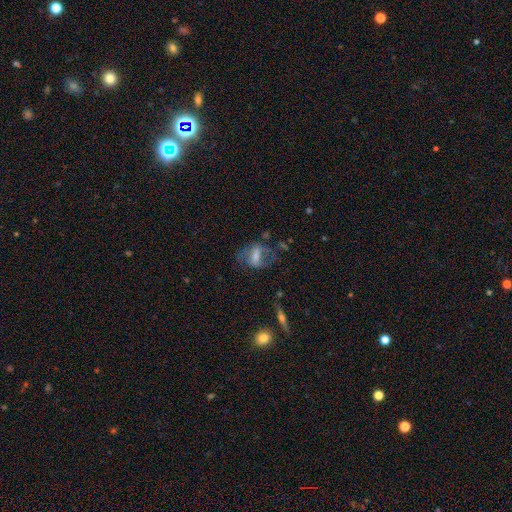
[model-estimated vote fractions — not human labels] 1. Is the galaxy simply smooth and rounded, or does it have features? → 52% featured or disk, 34% smooth, 14% star or artifact.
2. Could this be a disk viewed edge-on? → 88% no, 12% yes.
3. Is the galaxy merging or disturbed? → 52% none, 23% major disturbance, 21% minor disturbance, 4% merger.